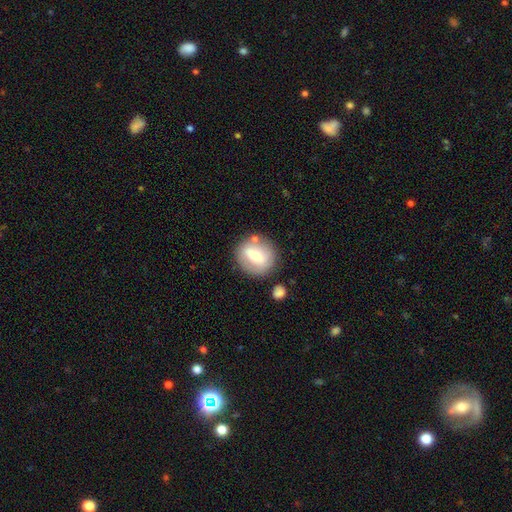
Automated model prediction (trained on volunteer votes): This appears to be a smooth galaxy with no disk features (58%) that is round (79%). Merging: none (75%).